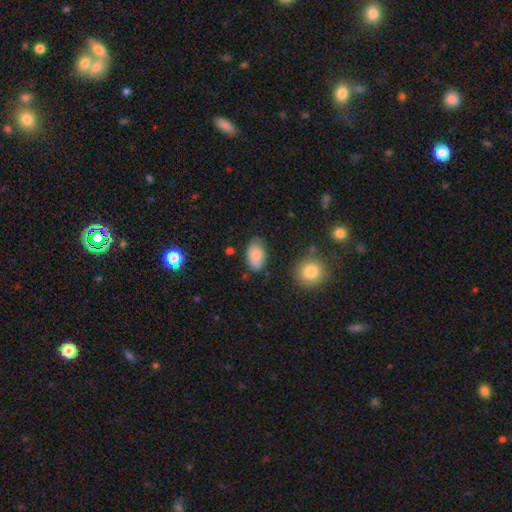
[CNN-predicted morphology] smooth 82%, featured or disk 10%, star or artifact 8%. Down the decision tree: how rounded — in between (91%); merging — none (72%).